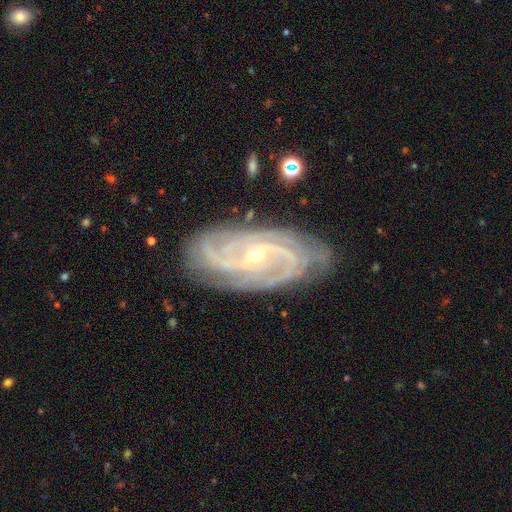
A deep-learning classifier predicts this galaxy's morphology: The model was most divided on "spiral arm count": 3: 28%, 2: 26%, 4: 19%, can't tell: 14%, more than 4: 7%, 1: 6%. Remaining: spiral arms — yes (98%); edge-on disk — no (96%); smooth or featured — featured or disk (91%); merging — none (77%); bulge size — small (73%); spiral winding — tight (55%); bar — no (43%).